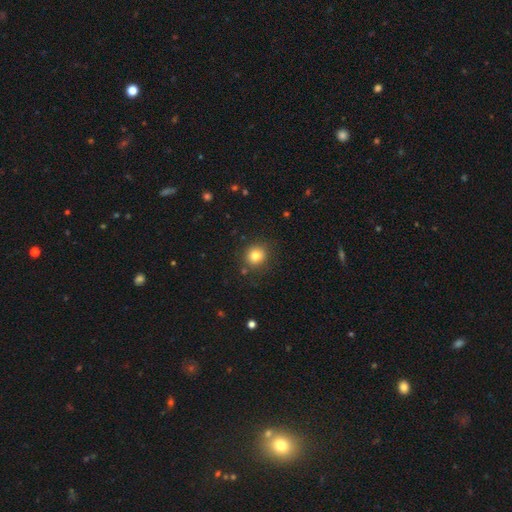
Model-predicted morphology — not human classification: smooth_or_featured: smooth (p=0.81) [alt: star or artifact p=0.12]
how_rounded: round (p=0.87) [alt: in between p=0.12]
merging: none (p=0.86) [alt: minor disturbance p=0.09]